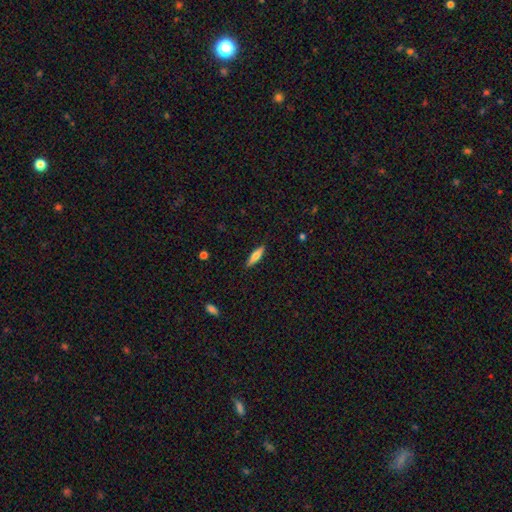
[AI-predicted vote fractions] This is likely a smooth galaxy (61%). How rounded: likely cigar-shaped (71%). Merging: clearly none (89%).